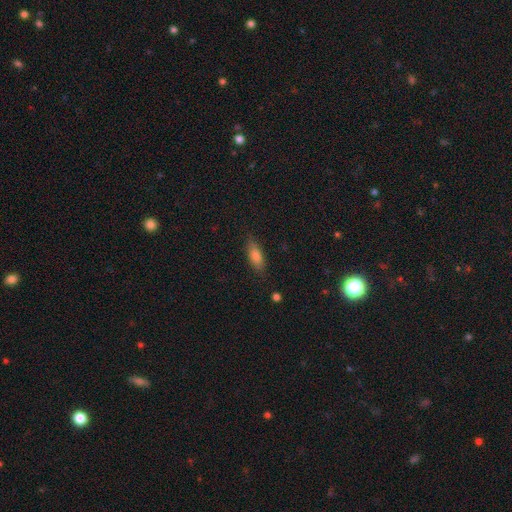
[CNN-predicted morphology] Smooth or featured? Predicted: smooth (p=0.77). How rounded? Predicted: in between (p=0.69). Merging? Predicted: none (p=0.83).